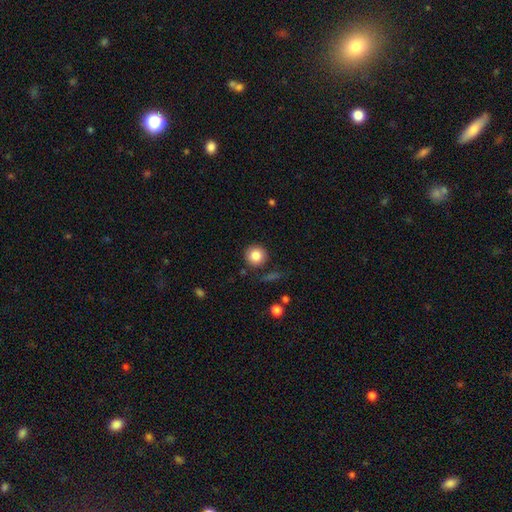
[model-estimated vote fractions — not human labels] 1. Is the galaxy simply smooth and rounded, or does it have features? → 84% smooth, 9% star or artifact, 6% featured or disk.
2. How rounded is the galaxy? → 93% round, 6% in between, 1% cigar-shaped.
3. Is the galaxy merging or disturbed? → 87% none, 8% minor disturbance, 3% merger, 3% major disturbance.